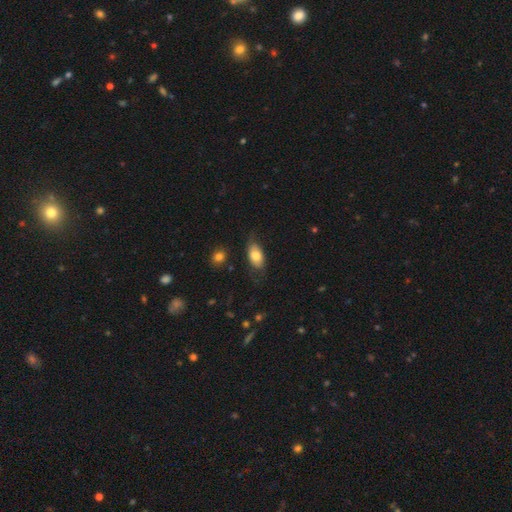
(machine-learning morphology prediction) smooth-or-featured: smooth: 76% | featured or disk: 17% | star or artifact: 7%
  how-rounded: in between: 91% | round: 5% | cigar-shaped: 4%
  merging: none: 67% | minor disturbance: 23% | major disturbance: 8% | merger: 2%